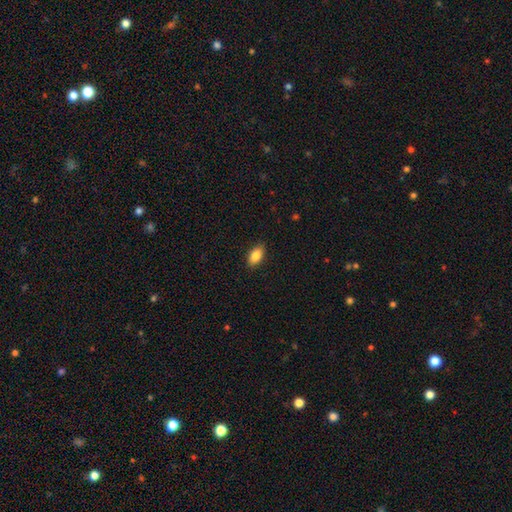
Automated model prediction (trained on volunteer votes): Overall: smooth (85%). How rounded: in between (91%). Merging: none (88%).